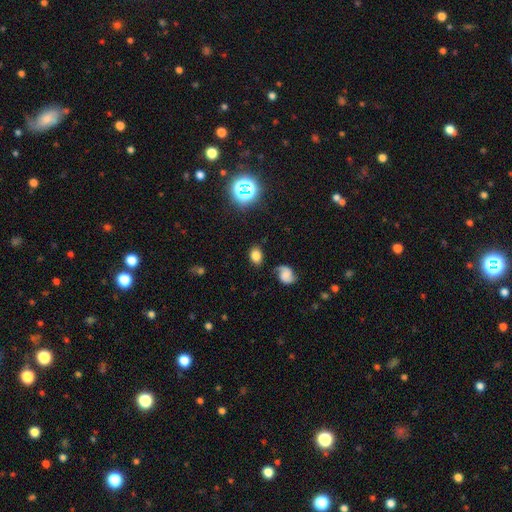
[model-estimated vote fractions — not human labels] smooth 72%, star or artifact 15%, featured or disk 13%. Down the decision tree: how rounded — in between (70%); merging — none (73%).